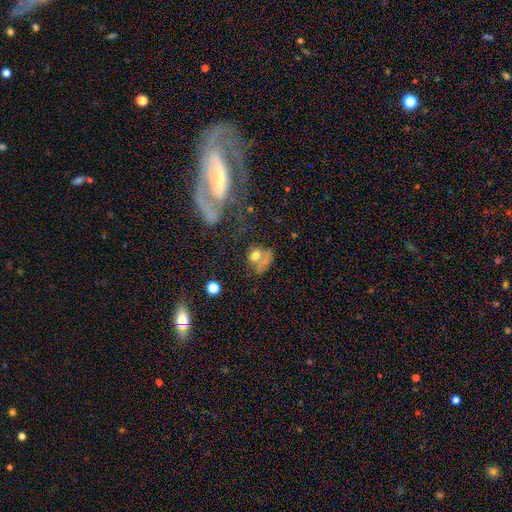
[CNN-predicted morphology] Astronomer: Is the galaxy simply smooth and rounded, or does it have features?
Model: smooth — 54%.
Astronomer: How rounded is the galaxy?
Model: round — 60% (runner-up: in between, 37%).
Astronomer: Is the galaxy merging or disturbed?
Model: none — 38% (runner-up: major disturbance, 24%).